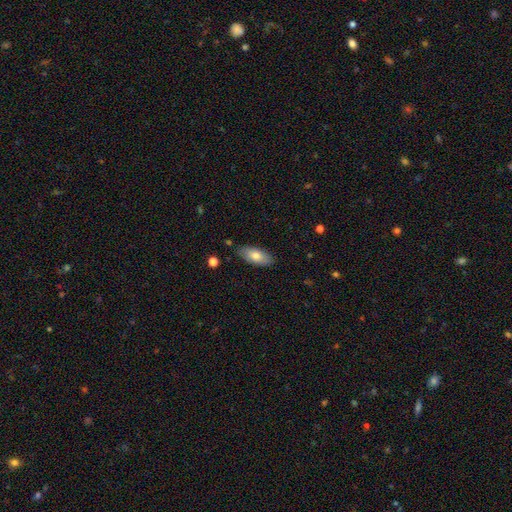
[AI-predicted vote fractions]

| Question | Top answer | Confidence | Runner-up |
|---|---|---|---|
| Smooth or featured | smooth | 74% | featured or disk (19%) |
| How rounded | in between | 85% | cigar-shaped (13%) |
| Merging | none | 84% | minor disturbance (12%) |